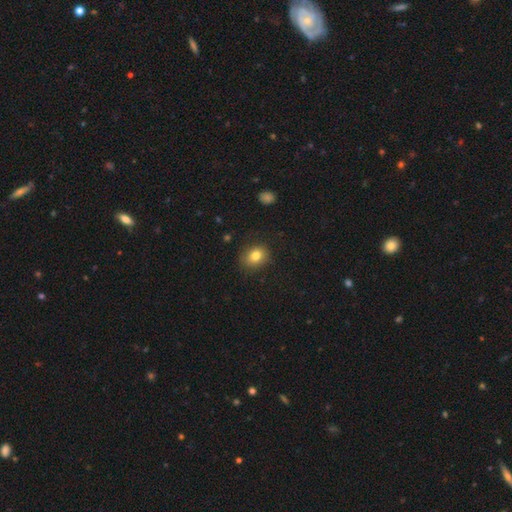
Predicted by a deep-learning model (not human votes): Smooth or featured: smooth — 81% (star or artifact — 11%)
How rounded: round — 52% (in between — 47%)
Merging: none — 83% (minor disturbance — 12%)